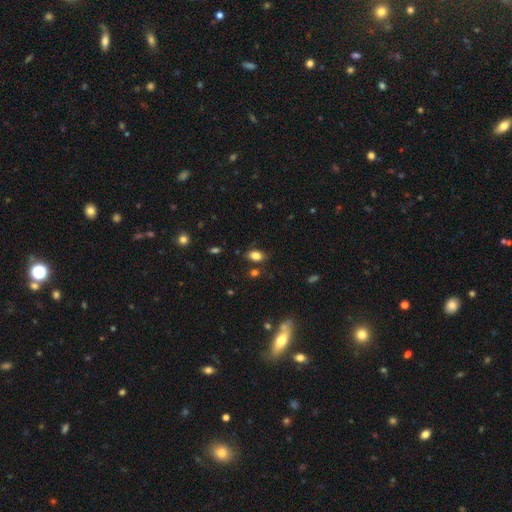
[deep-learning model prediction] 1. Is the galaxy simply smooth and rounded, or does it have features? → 82% smooth, 11% star or artifact, 7% featured or disk.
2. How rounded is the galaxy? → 85% in between, 13% round, 2% cigar-shaped.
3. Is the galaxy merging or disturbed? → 81% none, 13% minor disturbance, 3% merger, 3% major disturbance.